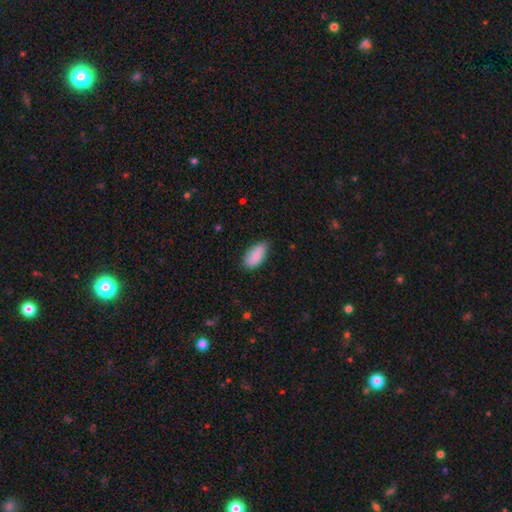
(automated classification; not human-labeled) A smooth galaxy with no disk features (84%) that is in between round and cigar-shaped (92%). Merging: none (69%).